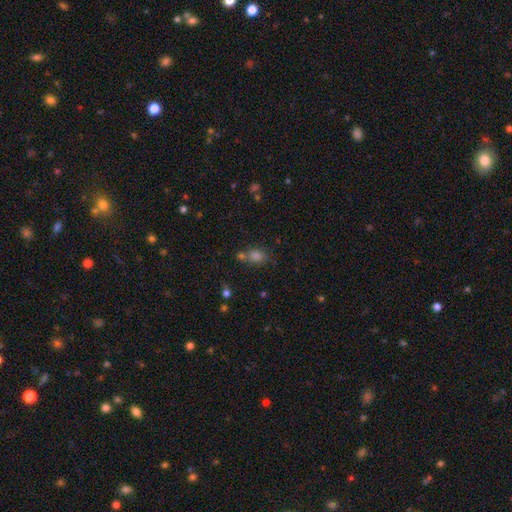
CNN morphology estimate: This is likely a smooth galaxy (73%). How rounded: possibly in between (56%). Merging: possibly none (60%).